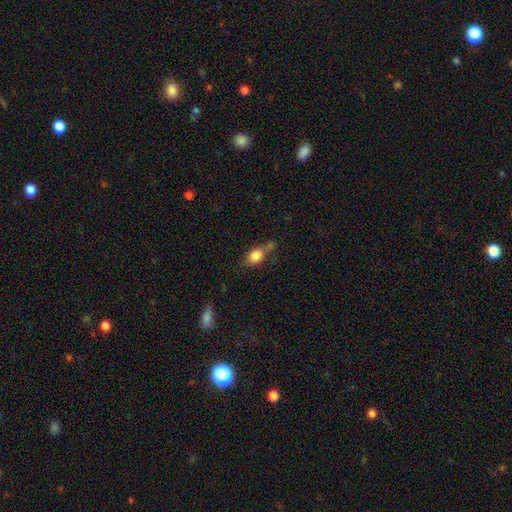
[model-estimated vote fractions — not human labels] Smooth or featured? smooth (83%)
How rounded? in between (71%)
Merging? none (48%)